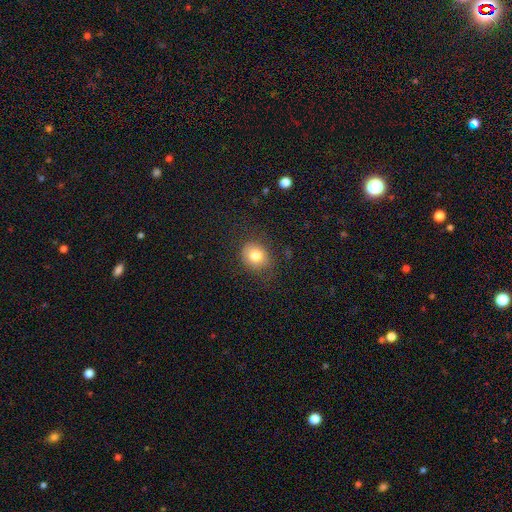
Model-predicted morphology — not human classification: type=smooth (79%); roundness=round (65%); merging=none (79%).